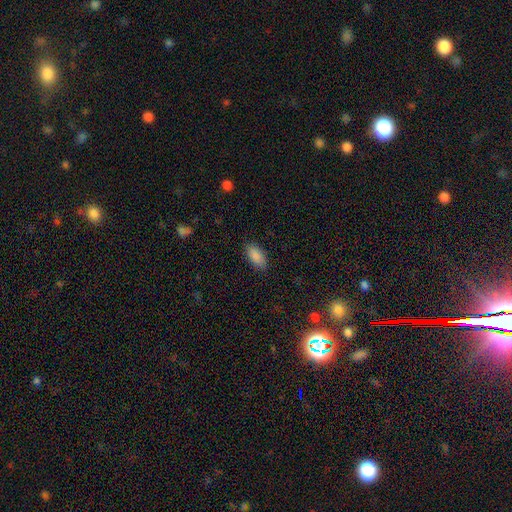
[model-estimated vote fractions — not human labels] Overall: smooth (89%). How rounded: in between (92%). Merging: none (87%).